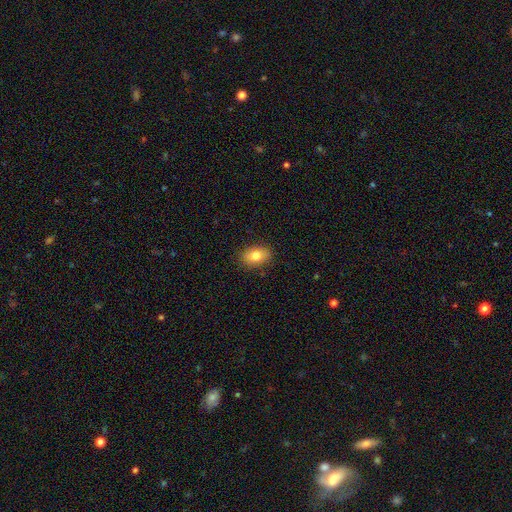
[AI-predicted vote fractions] Overall: smooth (80%). How rounded: in between (81%). Merging: none (86%).